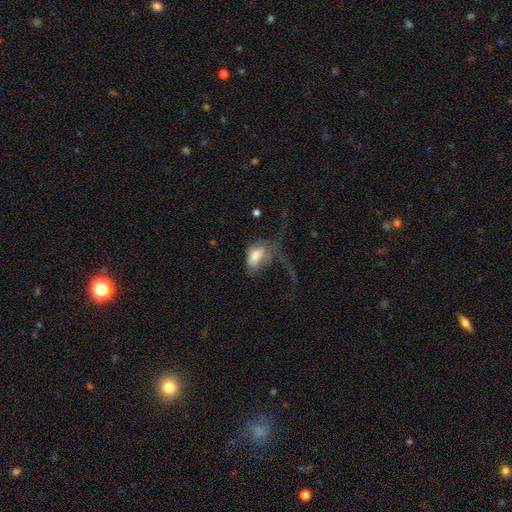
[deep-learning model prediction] Smooth or featured: smooth — 69% (featured or disk — 22%)
How rounded: in between — 91% (round — 6%)
Merging: major disturbance — 63% (none — 16%)